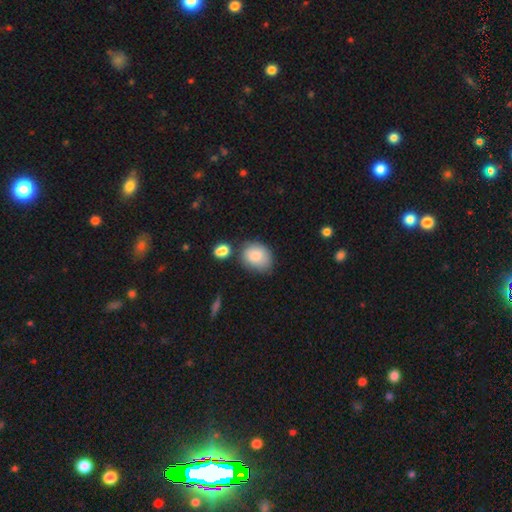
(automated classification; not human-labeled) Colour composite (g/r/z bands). It shows a smooth galaxy with no disk features (83%) that is in between round and cigar-shaped (64%). Merging: none (59%).